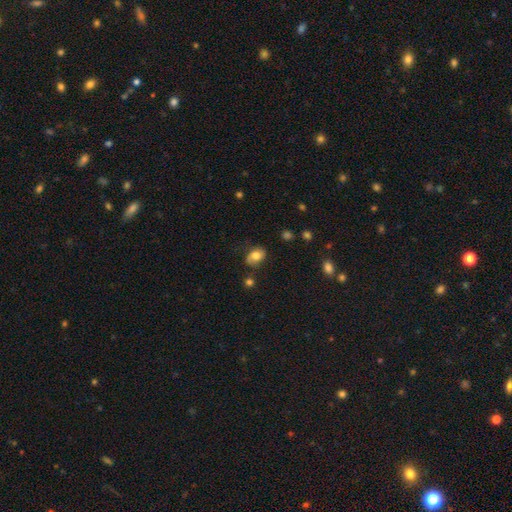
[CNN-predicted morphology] smooth-or-featured: smooth: 71% | featured or disk: 20% | star or artifact: 9%
  how-rounded: in between: 74% | round: 24% | cigar-shaped: 1%
  merging: none: 68% | minor disturbance: 23% | major disturbance: 7% | merger: 3%